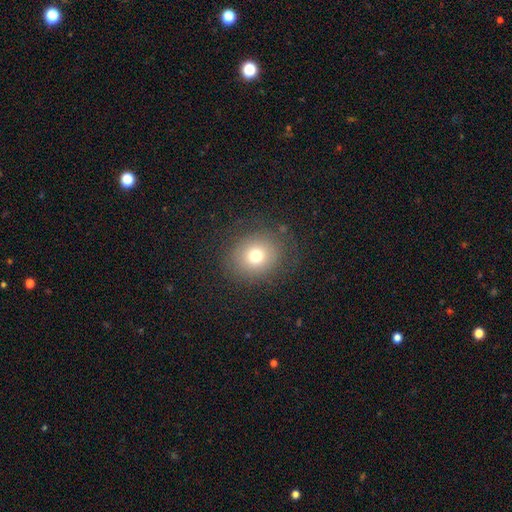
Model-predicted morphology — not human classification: Q: Smooth or featured?
A: smooth (72%); runner-up: featured or disk (14%)
Q: How rounded?
A: round (71%); runner-up: in between (28%)
Q: Merging?
A: none (79%); runner-up: minor disturbance (12%)